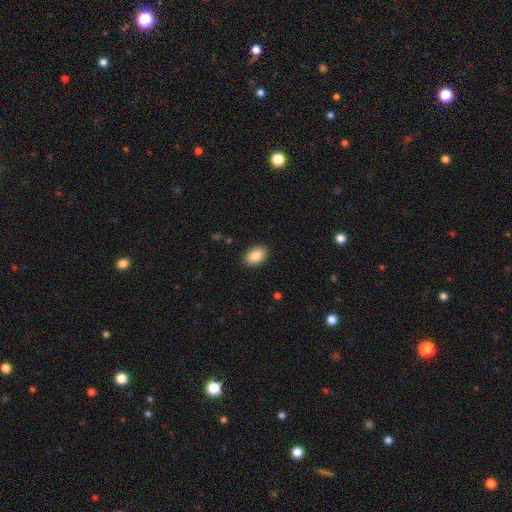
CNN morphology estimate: smooth_or_featured: smooth (p=0.85) [alt: featured or disk p=0.07]
how_rounded: in between (p=0.86) [alt: round p=0.13]
merging: none (p=0.89) [alt: minor disturbance p=0.08]